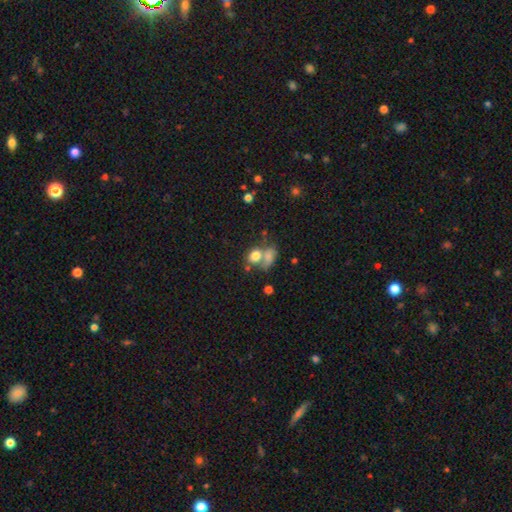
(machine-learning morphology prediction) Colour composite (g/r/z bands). It shows a smooth galaxy with no disk features (76%) that is in between round and cigar-shaped (52%). Merging: merger (51%).